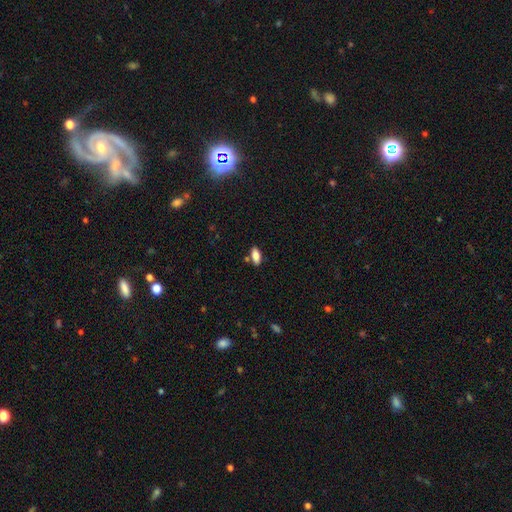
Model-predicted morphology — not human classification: Smooth or featured: smooth — 81% (featured or disk — 11%)
How rounded: in between — 85% (cigar-shaped — 12%)
Merging: none — 79% (minor disturbance — 12%)